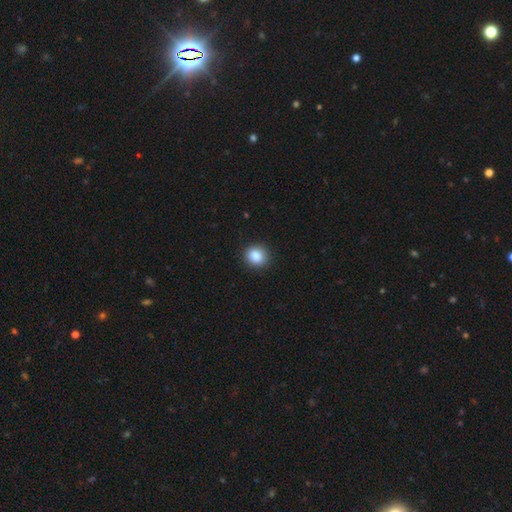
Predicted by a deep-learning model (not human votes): A smooth galaxy with no disk features (86%) that is round (82%).

Vote fractions:
- Smooth or featured? smooth: 86% / star or artifact: 10% / featured or disk: 4%
- How rounded? round: 82% / in between: 17% / cigar-shaped: 1%
- Merging? none: 91% / minor disturbance: 6% / major disturbance: 2% / merger: 1%